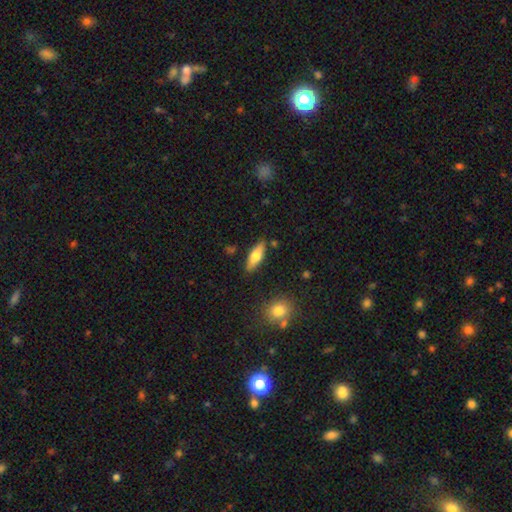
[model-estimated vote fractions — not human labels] The model was most divided on "how rounded": in between: 55%, cigar-shaped: 42%, round: 3%. More confident: merging — none (84%); smooth or featured — smooth (59%).